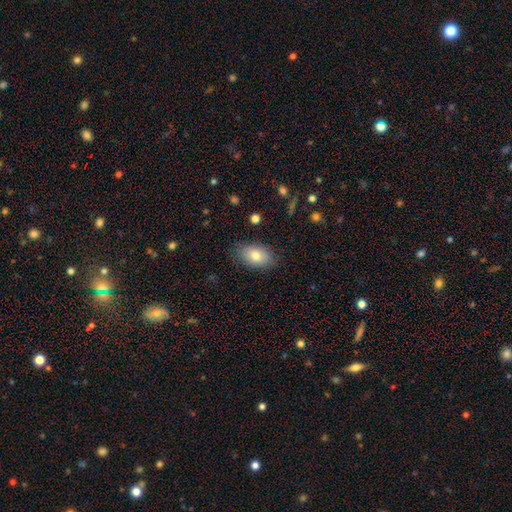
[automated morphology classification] Smooth or featured? Predicted: smooth (p=0.77). How rounded? Predicted: in between (p=0.89). Merging? Predicted: none (p=0.82).